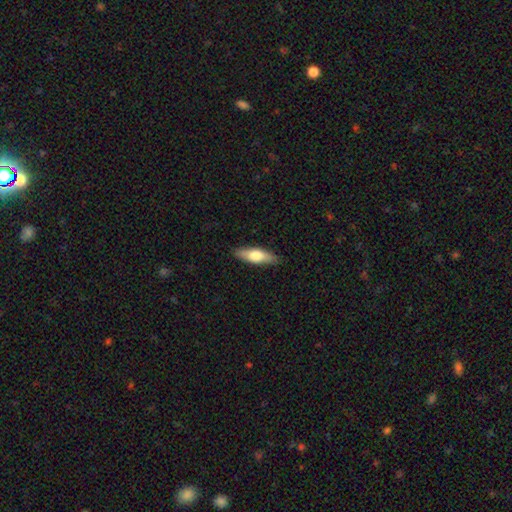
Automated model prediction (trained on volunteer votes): smooth-or-featured: smooth: 64% | featured or disk: 31% | star or artifact: 5%
  how-rounded: in between: 49% (tied) | cigar-shaped: 49% (tied) | round: 2%
  merging: none: 87% | minor disturbance: 10% | major disturbance: 2% | merger: 1%